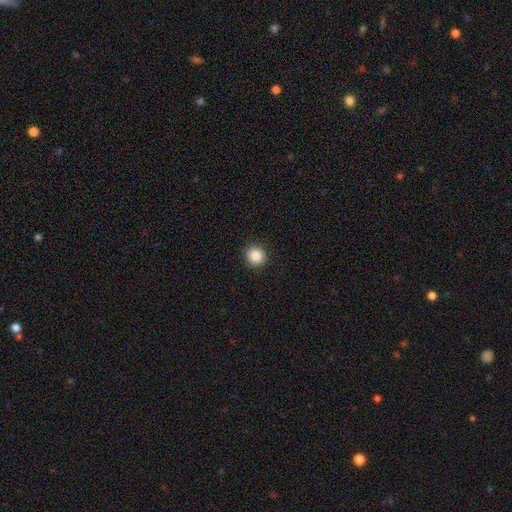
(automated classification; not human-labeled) This is clearly a smooth galaxy (87%). How rounded: clearly round (91%). Merging: clearly none (91%).